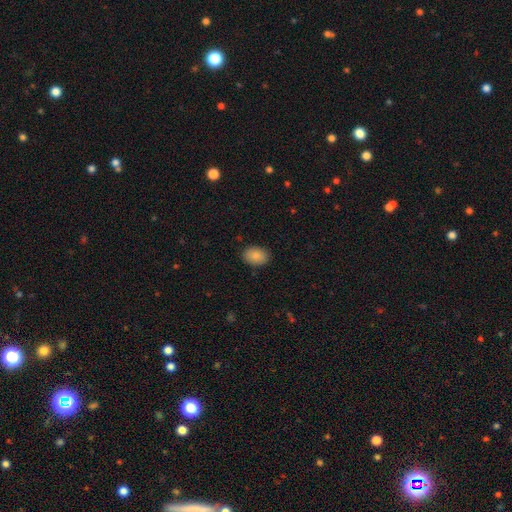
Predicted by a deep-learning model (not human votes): Overall: smooth (87%). How rounded: in between (80%). Merging: none (88%).